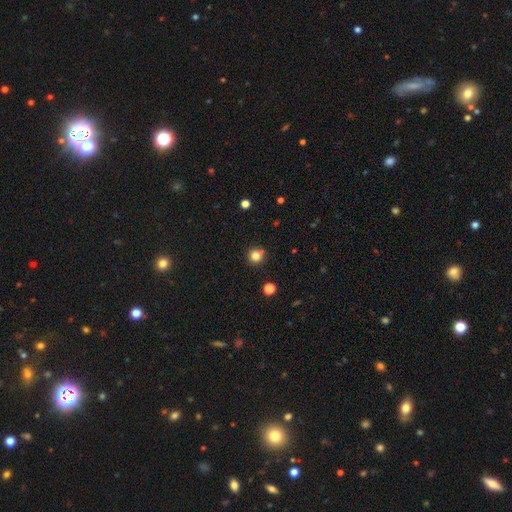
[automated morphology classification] smooth 80%, star or artifact 14%, featured or disk 6%. Down the decision tree: how rounded — round (93%); merging — none (80%).